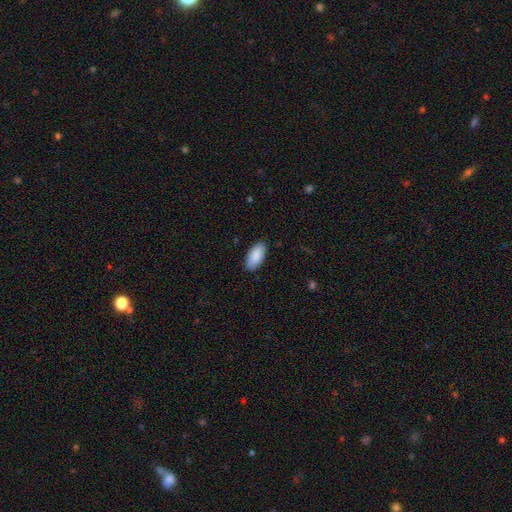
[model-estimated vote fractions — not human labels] A smooth galaxy with no disk features (90%) that is in between round and cigar-shaped (93%).

Vote fractions:
- Smooth or featured? smooth: 90% / star or artifact: 6% / featured or disk: 4%
- How rounded? in between: 93% / cigar-shaped: 5% / round: 2%
- Merging? none: 88% / minor disturbance: 9% / major disturbance: 2% / merger: 1%